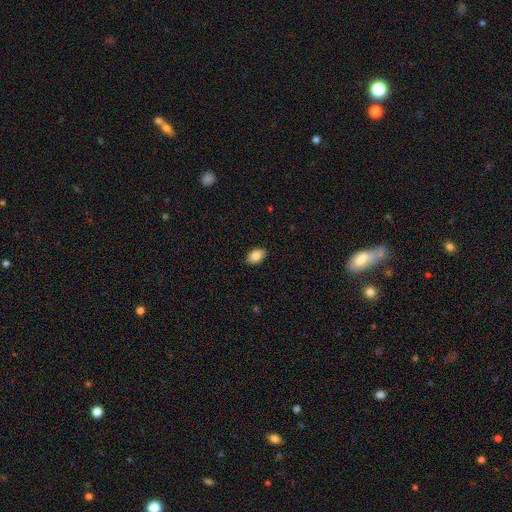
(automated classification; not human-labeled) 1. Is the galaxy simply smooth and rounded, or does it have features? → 85% smooth, 8% featured or disk, 7% star or artifact.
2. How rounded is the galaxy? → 90% in between, 9% round, 1% cigar-shaped.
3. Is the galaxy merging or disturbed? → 89% none, 9% minor disturbance, 2% major disturbance, 1% merger.